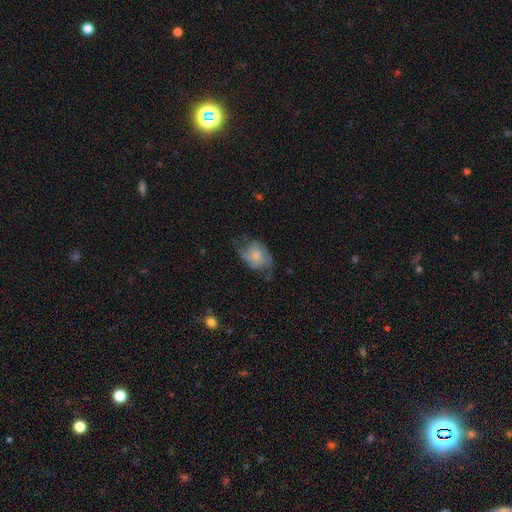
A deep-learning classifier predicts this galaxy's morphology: smooth-or-featured: featured or disk: 67% | smooth: 26% | star or artifact: 7%
  disk-edge-on: no: 97% | yes: 3%
    bar: no: 66% | weak: 30% | strong: 5%
    has-spiral-arms: yes: 90% | no: 10%
      spiral-winding: medium: 45% | loose: 36% | tight: 19%
      spiral-arm-count: 2: 81% | can't tell: 9% | 3: 4% | 1: 3% | 4: 2% | more than 4: 1%
    bulge-size: moderate: 37% | small: 33% | none: 16% | large: 12% | dominant: 2%
  merging: none: 56% | minor disturbance: 25% | major disturbance: 17% | merger: 2%